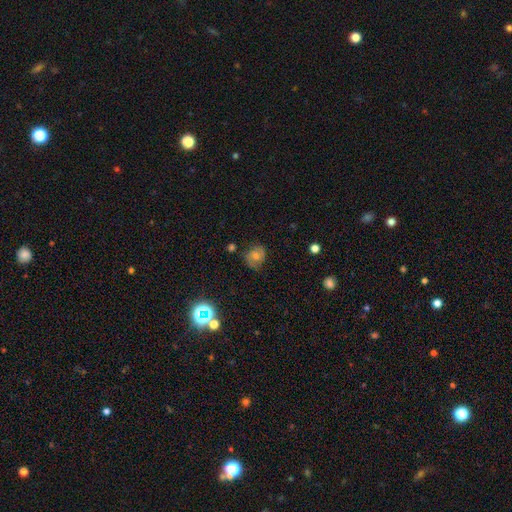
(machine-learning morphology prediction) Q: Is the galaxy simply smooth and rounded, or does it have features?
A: smooth — 45%.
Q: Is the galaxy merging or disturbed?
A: none — 70%.